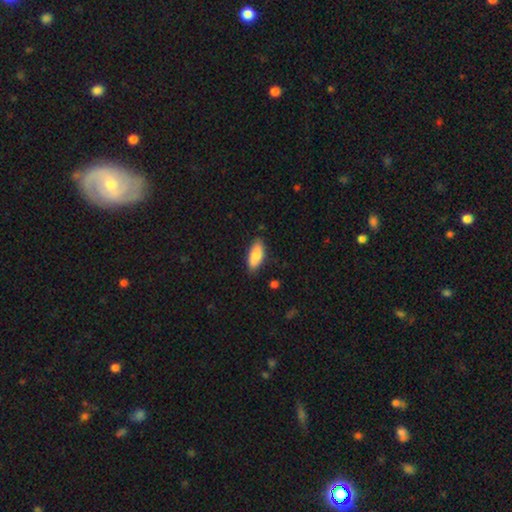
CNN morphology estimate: smooth-or-featured: smooth: 84% | featured or disk: 10% | star or artifact: 6%
  how-rounded: in between: 81% | cigar-shaped: 17% | round: 2%
  merging: none: 83% | minor disturbance: 14% | major disturbance: 2% | merger: 1%